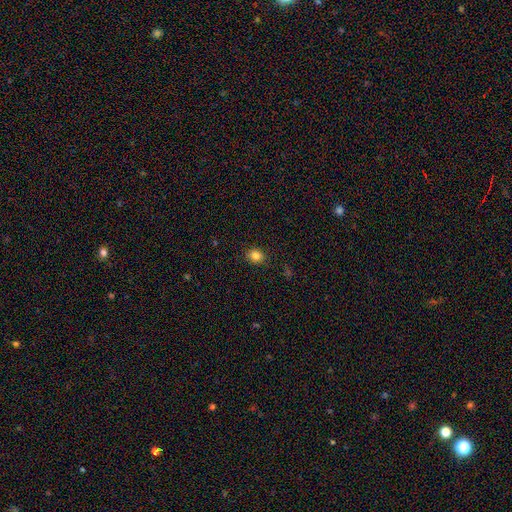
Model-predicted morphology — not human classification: Q: Smooth or featured?
A: smooth (83%); runner-up: star or artifact (12%)
Q: How rounded?
A: round (70%); runner-up: in between (29%)
Q: Merging?
A: none (89%); runner-up: minor disturbance (8%)